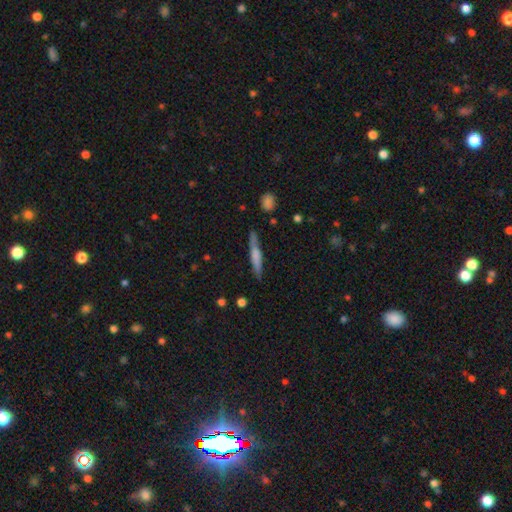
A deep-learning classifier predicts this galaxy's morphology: Smooth or featured? Predicted: smooth (p=0.49). Merging? Predicted: none (p=0.83).